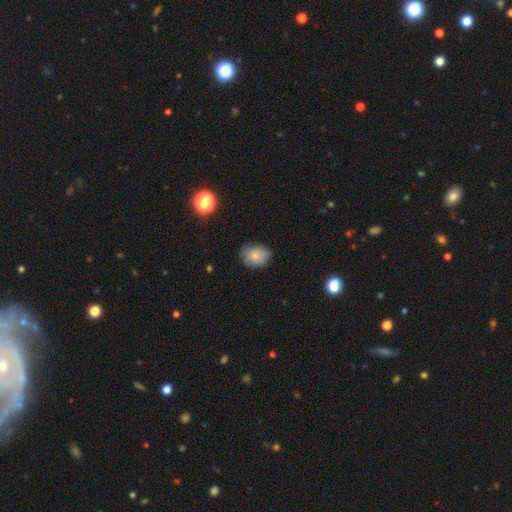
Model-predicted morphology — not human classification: The model was most divided on "how rounded": in between: 56%, round: 43%, cigar-shaped: 1%. More confident: smooth or featured — smooth (82%); merging — none (77%).